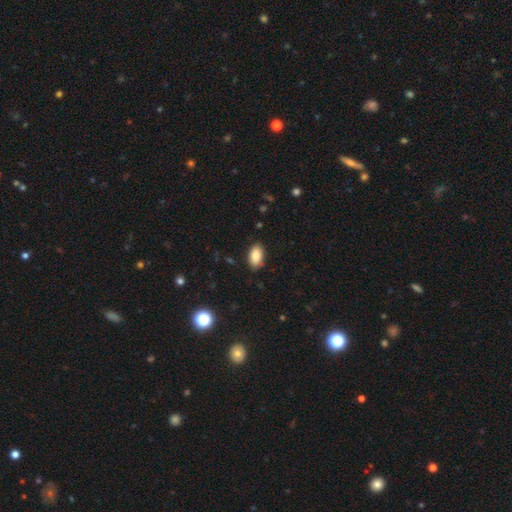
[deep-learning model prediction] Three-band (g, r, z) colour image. It shows a smooth galaxy with no disk features (87%) that is in between round and cigar-shaped (93%). Merging: none (86%).